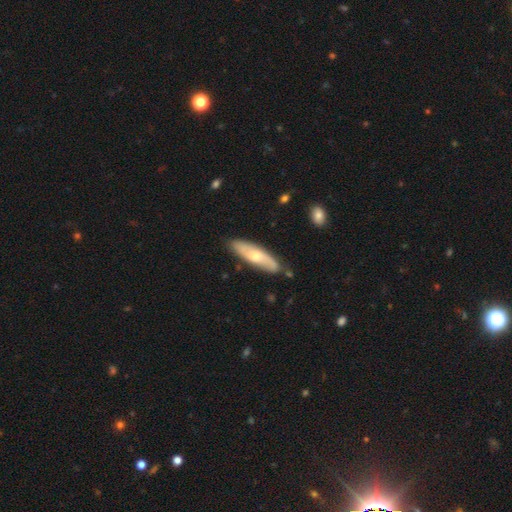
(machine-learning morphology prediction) The model was most divided on "smooth or featured": featured or disk: 50%, smooth: 44%, star or artifact: 6%. More confident: merging — none (82%); edge-on disk — no (63%).